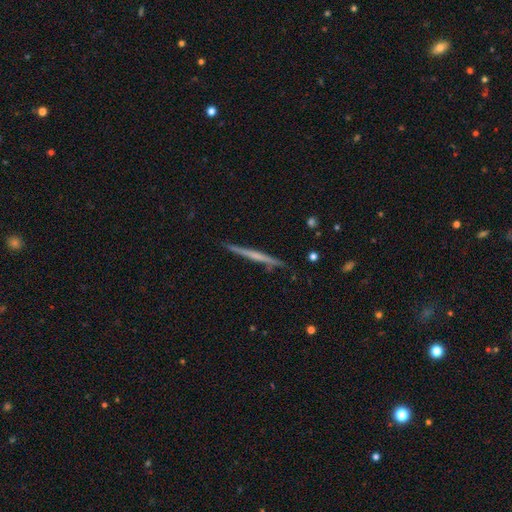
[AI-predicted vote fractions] This is likely a featured or disk galaxy (62%). It is clearly viewed edge-on (98%). Edge-on bulge: likely none (71%). Merging: clearly none (88%).